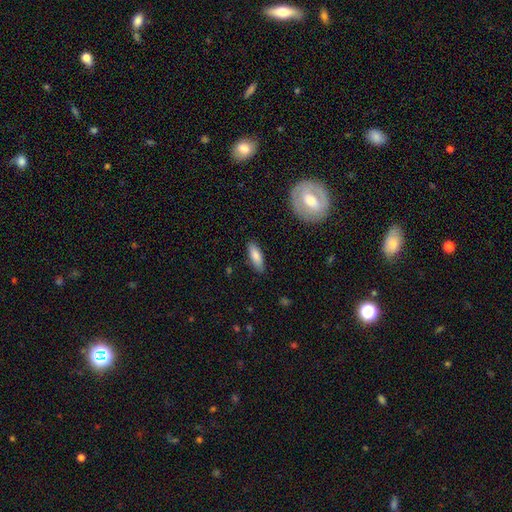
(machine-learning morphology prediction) Smooth or featured? smooth (82%)
How rounded? in between (64%)
Merging? none (86%)